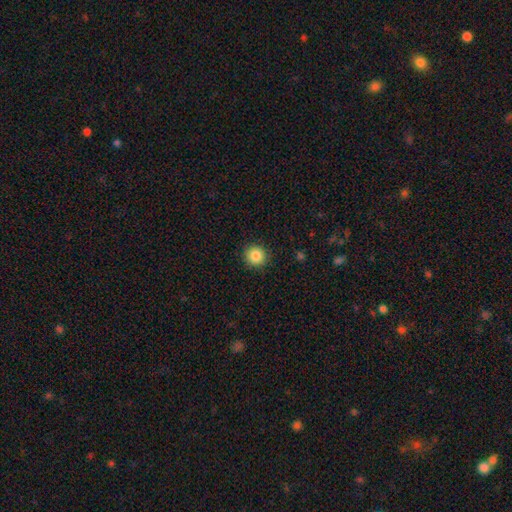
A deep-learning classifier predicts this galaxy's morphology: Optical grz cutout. It shows a smooth galaxy with no disk features (85%) that is round (93%). Merging: none (91%).